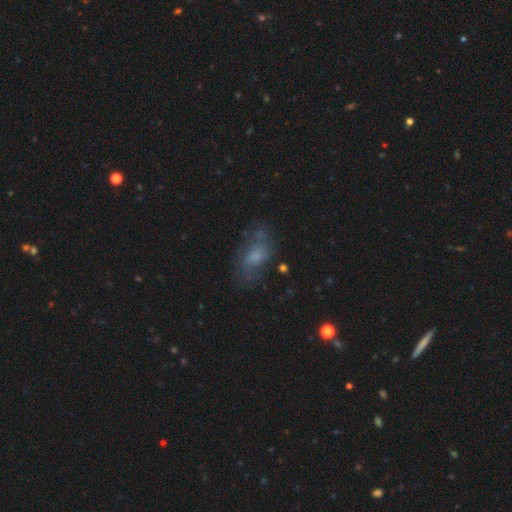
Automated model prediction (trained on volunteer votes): This appears to be a featured or disk galaxy (45%). Merging: none (61%).